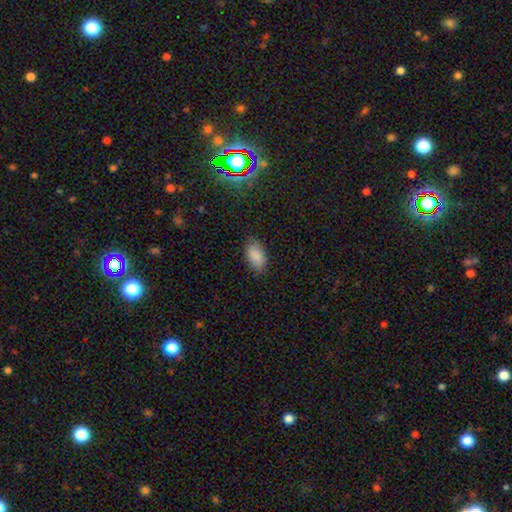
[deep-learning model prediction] Overall: smooth (88%). How rounded: in between (94%). Merging: none (82%).